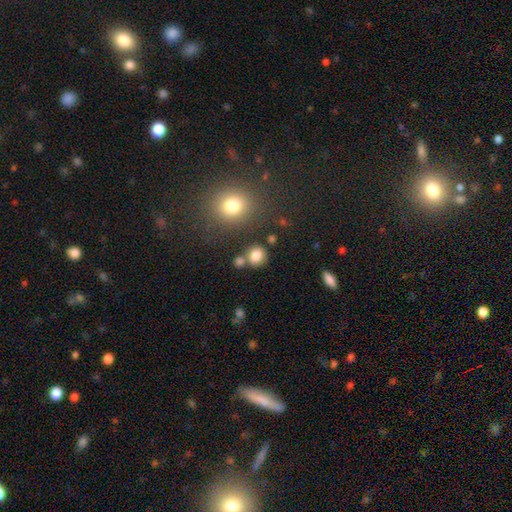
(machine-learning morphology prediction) The model was most divided on "merging": none: 69%, merger: 17%, minor disturbance: 10%, major disturbance: 4%. More confident: smooth or featured — smooth (81%); how rounded — round (80%).